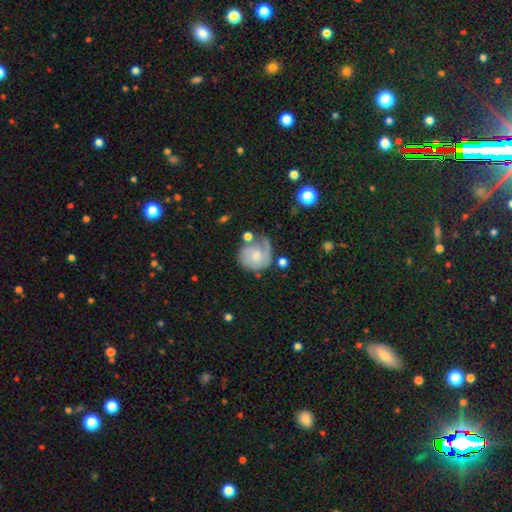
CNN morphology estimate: Smooth or featured?
  - featured or disk: 59% *
  - smooth: 34%
  - star or artifact: 7%
Edge-on disk?
  - no: 98% *
  - yes: 2%
Bar?
  - no: 74% *
  - weak: 23%
  - strong: 3%
Spiral arms?
  - yes: 83% *
  - no: 17%
Bulge size?
  - small: 48% *
  - moderate: 40%
  - none: 7%
  - large: 4%
  - dominant: 1%
Merging?
  - none: 48% *
  - minor disturbance: 25%
  - major disturbance: 18%
  - merger: 9%